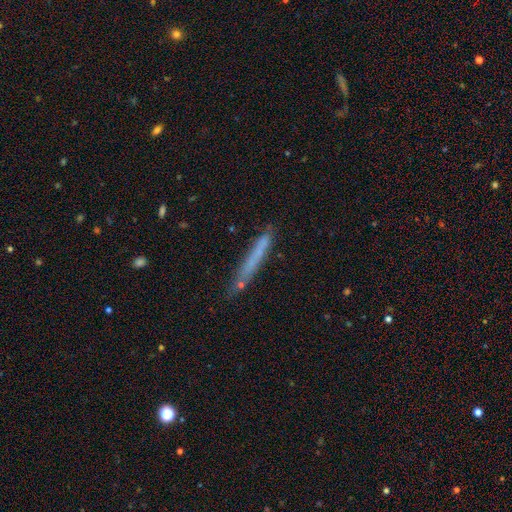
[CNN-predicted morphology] This is likely a smooth galaxy (62%). How rounded: clearly cigar-shaped (96%). Merging: likely none (75%).